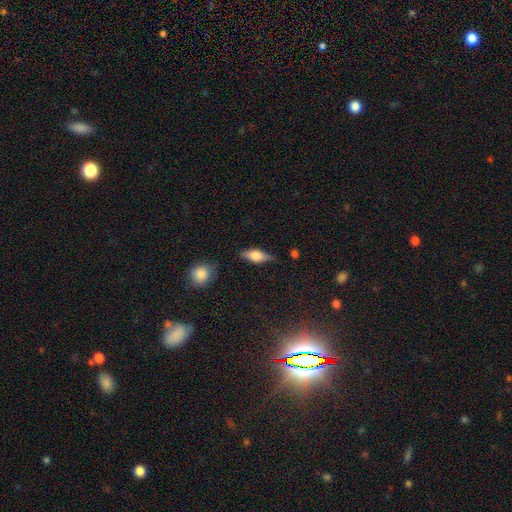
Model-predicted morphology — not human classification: Smooth or featured? Predicted: smooth (p=0.53). How rounded? Predicted: in between (p=0.71). Merging? Predicted: none (p=0.74).